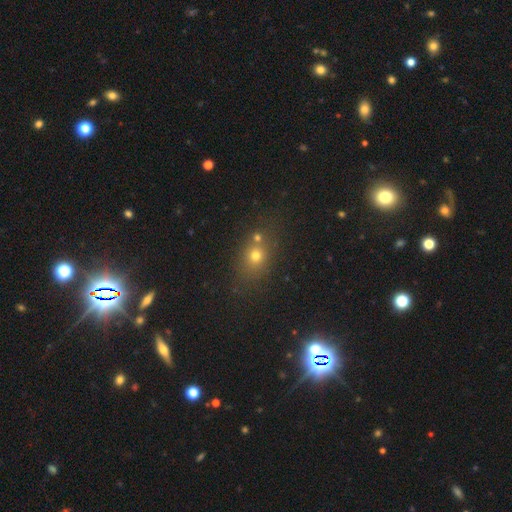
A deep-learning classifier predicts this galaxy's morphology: Q: Smooth or featured?
A: smooth (67%); runner-up: star or artifact (20%)
Q: How rounded?
A: round (53%); runner-up: in between (45%)
Q: Merging?
A: none (65%); runner-up: merger (20%)